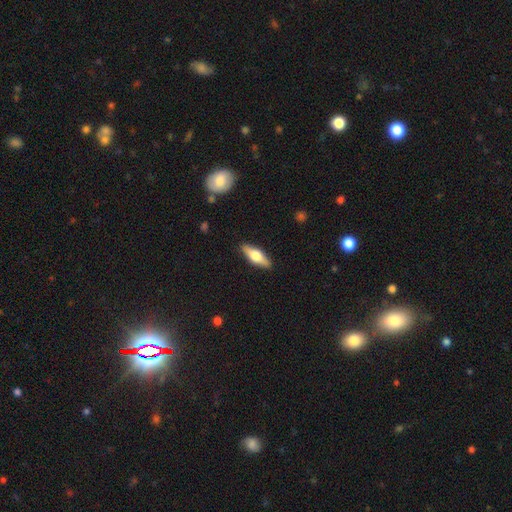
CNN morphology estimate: smooth 49%, featured or disk 46%, star or artifact 6%. Down the decision tree: merging — none (89%).